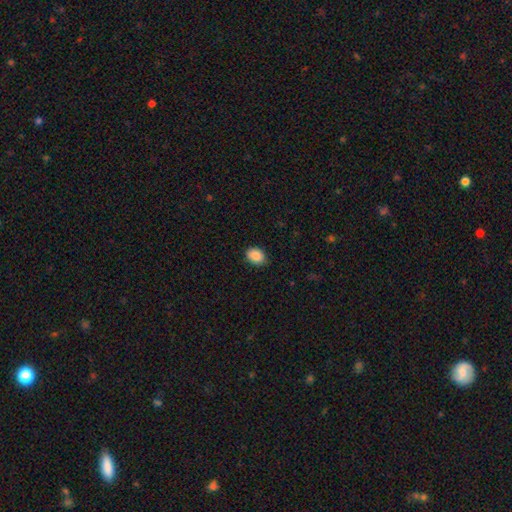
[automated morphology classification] Smooth or featured? Predicted: smooth (p=0.88). How rounded? Predicted: in between (p=0.63). Merging? Predicted: none (p=0.84).